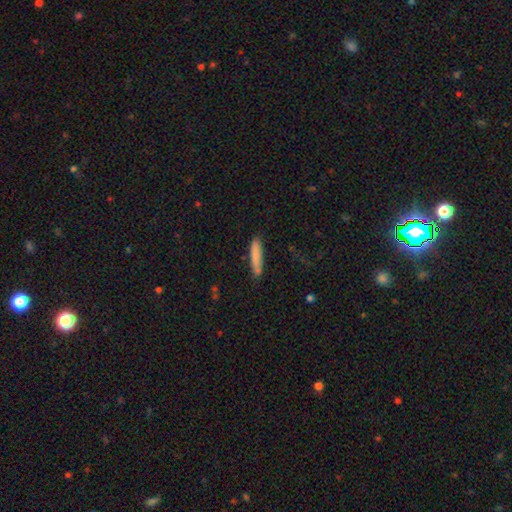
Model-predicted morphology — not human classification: A smooth galaxy with no disk features (82%) that is cigar-shaped (90%).

Vote fractions:
- Smooth or featured? smooth: 82% / featured or disk: 12% / star or artifact: 6%
- How rounded? cigar-shaped: 90% / in between: 9% / round: 1%
- Merging? none: 81% / minor disturbance: 14% / major disturbance: 3% / merger: 2%